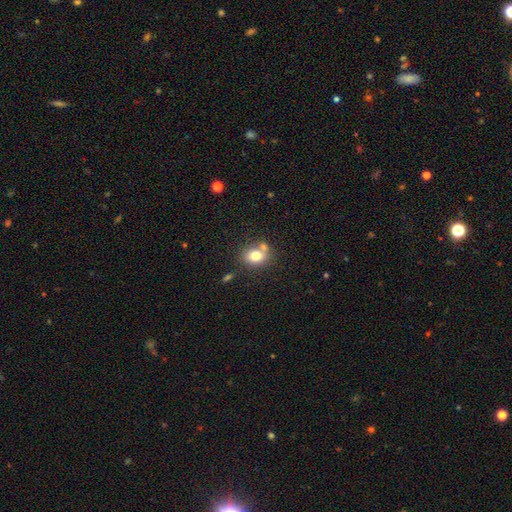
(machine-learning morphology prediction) smooth 76%, featured or disk 13%, star or artifact 11%. Down the decision tree: how rounded — round (52%); merging — none (61%).